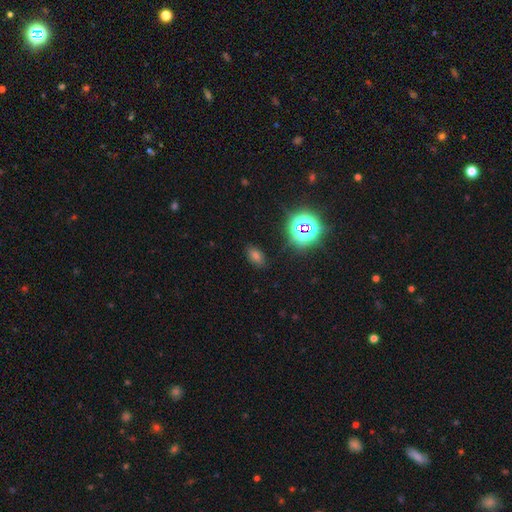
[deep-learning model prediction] A smooth galaxy with no disk features (54%) that is in between round and cigar-shaped (81%).

Vote fractions:
- Smooth or featured? smooth: 54% / star or artifact: 38% / featured or disk: 8%
- How rounded? in between: 81% / round: 16% / cigar-shaped: 3%
- Merging? none: 84% / minor disturbance: 11% / major disturbance: 3% / merger: 2%